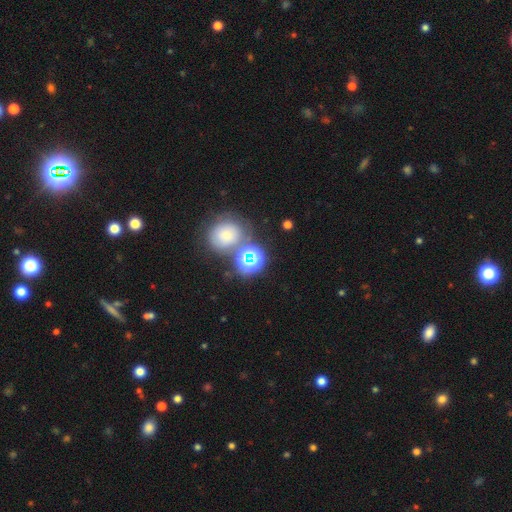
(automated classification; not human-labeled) A star or artifact, not a galaxy (48%).

Vote fractions:
- Smooth or featured? star or artifact: 48% / smooth: 39% / featured or disk: 12%